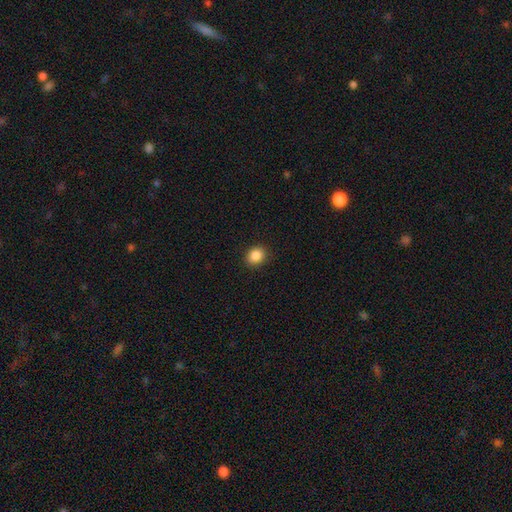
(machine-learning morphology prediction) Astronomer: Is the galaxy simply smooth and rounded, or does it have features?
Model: smooth — 87%.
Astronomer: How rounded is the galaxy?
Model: round — 70%.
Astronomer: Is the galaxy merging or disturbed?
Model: none — 91%.